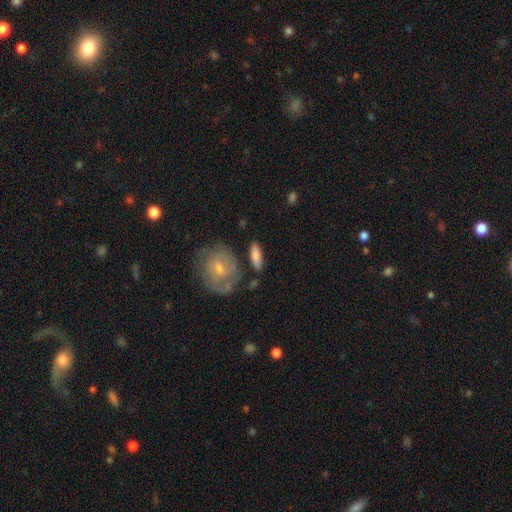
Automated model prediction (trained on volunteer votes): Smooth or featured: smooth — 73% (featured or disk — 21%)
How rounded: in between — 54% (cigar-shaped — 41%)
Merging: none — 76% (minor disturbance — 14%)